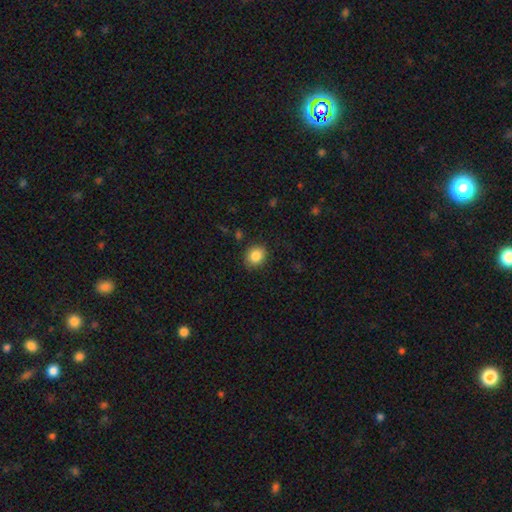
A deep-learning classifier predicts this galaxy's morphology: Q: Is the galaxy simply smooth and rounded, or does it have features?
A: smooth — 85%.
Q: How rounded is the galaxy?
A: round — 68%.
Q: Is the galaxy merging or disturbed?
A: none — 86%.